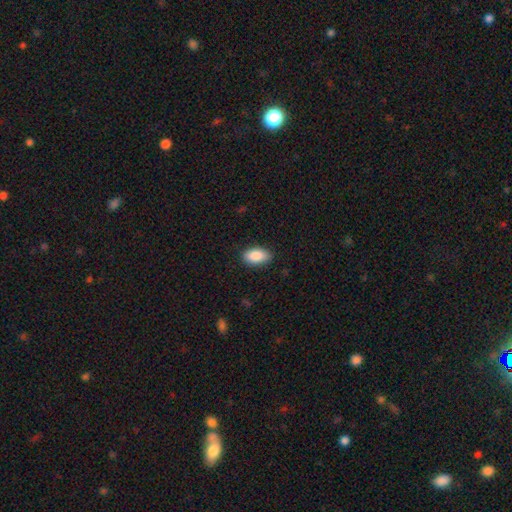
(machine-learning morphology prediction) This appears to be a smooth galaxy with no disk features (88%) that is in between round and cigar-shaped (93%). Merging: none (86%).